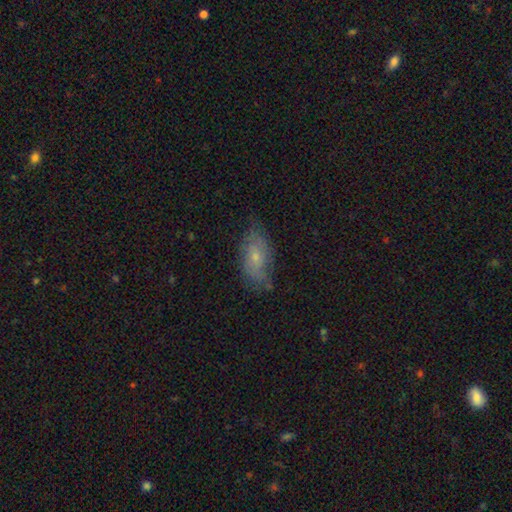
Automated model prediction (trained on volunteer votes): Smooth or featured? smooth (53%)
How rounded? in between (87%)
Merging? none (66%)